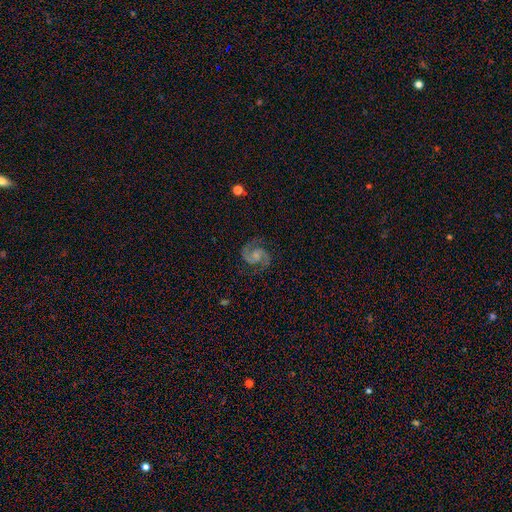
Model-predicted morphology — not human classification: smooth_or_featured: featured or disk (p=0.91) [alt: star or artifact p=0.05]
disk_edge_on: no (p=0.98) [alt: yes p=0.02]
bar: no (p=0.60) [alt: weak p=0.34]
has_spiral_arms: yes (p=0.98) [alt: no p=0.02]
spiral_winding: medium (p=0.63) [alt: tight p=0.23]
spiral_arm_count: 2 (p=0.94) [alt: can't tell p=0.01]
bulge_size: small (p=0.37) [alt: moderate p=0.29]
merging: none (p=0.82) [alt: minor disturbance p=0.12]